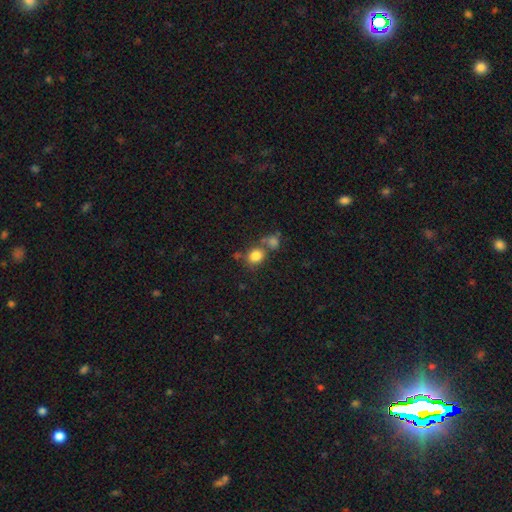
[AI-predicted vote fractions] smooth 81%, star or artifact 12%, featured or disk 7%. Down the decision tree: how rounded — round (71%); merging — none (58%).